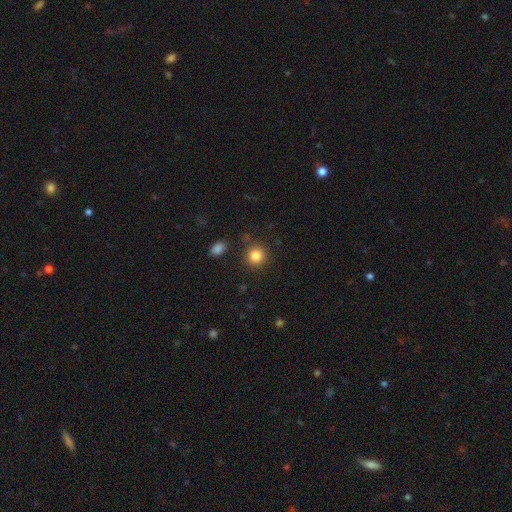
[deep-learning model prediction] Smooth or featured? smooth (85%)
How rounded? round (91%)
Merging? none (85%)